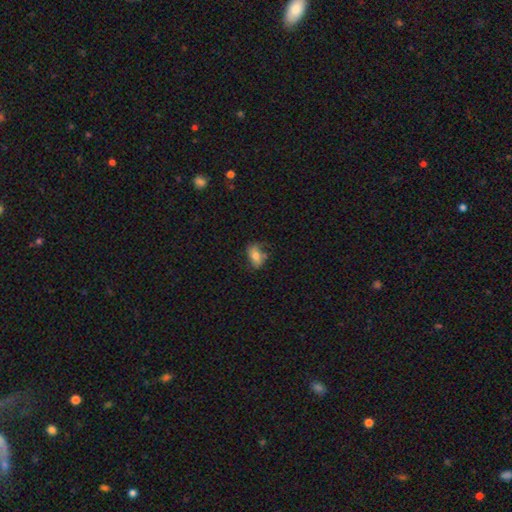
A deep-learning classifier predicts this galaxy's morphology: The model was most divided on "merging": none: 55%, minor disturbance: 28%, major disturbance: 12%, merger: 4%. More confident: how rounded — in between (85%); smooth or featured — smooth (70%).